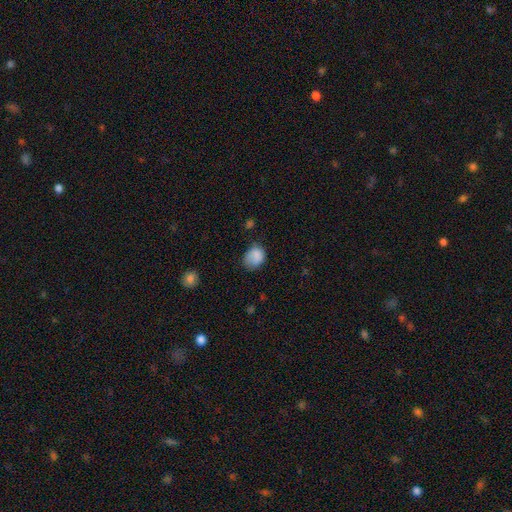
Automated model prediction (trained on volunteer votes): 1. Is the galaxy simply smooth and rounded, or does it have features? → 84% smooth, 9% star or artifact, 7% featured or disk.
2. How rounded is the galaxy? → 54% round, 45% in between, 1% cigar-shaped.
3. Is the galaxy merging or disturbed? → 58% none, 31% minor disturbance, 9% major disturbance, 2% merger.